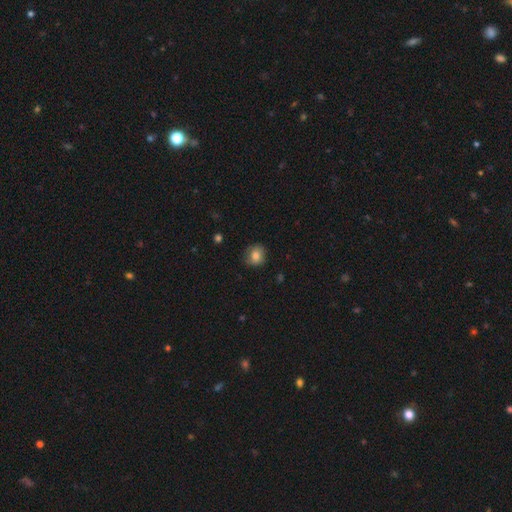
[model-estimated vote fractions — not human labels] Morphology: type=smooth (78%); roundness=round (76%); merging=none (79%).